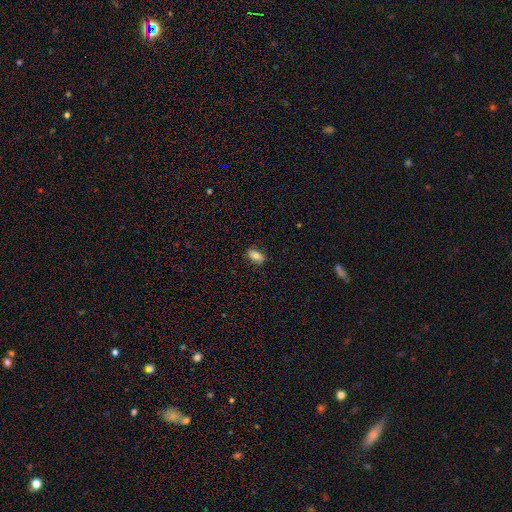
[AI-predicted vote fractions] Overall: smooth (76%). How rounded: in between (86%). Merging: none (83%).